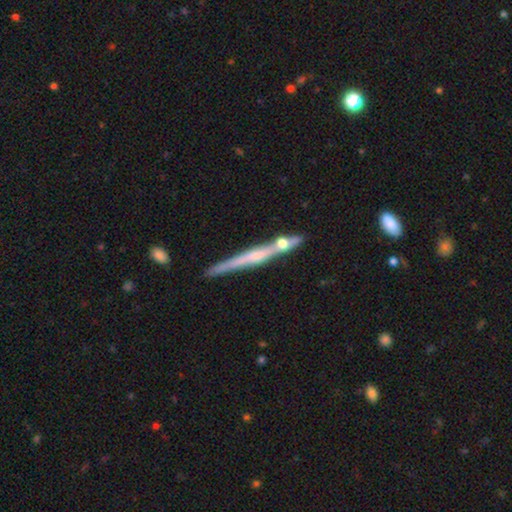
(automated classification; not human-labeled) Overall: featured or disk (66%; smooth 27%). Edge-on disk: yes (97%). Edge-on bulge: none (46%; rounded 43%). Merging: none (75%).